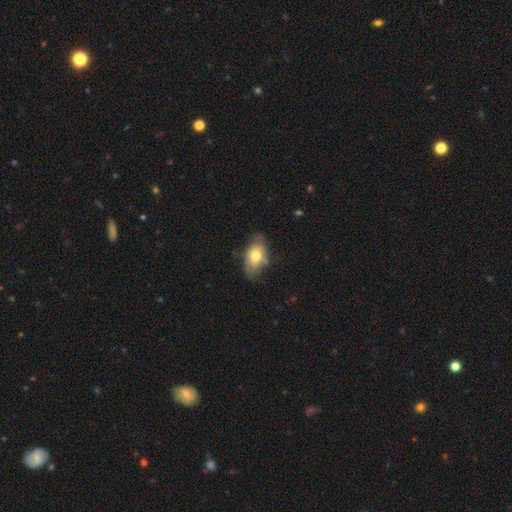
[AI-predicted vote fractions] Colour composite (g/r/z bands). It shows a smooth galaxy with no disk features (70%) that is in between round and cigar-shaped (89%). Merging: none (59%).